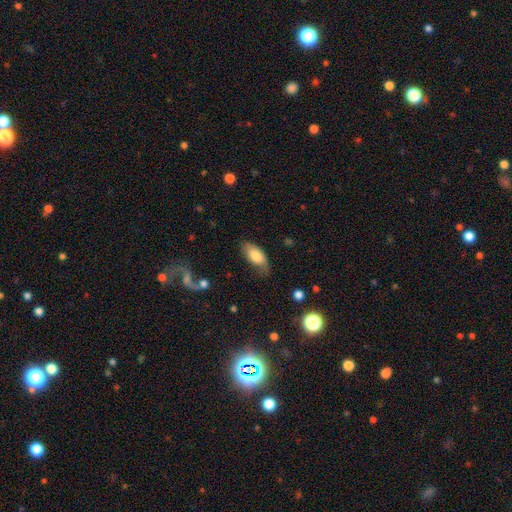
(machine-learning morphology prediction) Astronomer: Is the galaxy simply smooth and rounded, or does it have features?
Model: smooth — 79%.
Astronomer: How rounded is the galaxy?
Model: in between — 91%.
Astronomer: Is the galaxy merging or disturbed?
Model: none — 65%.